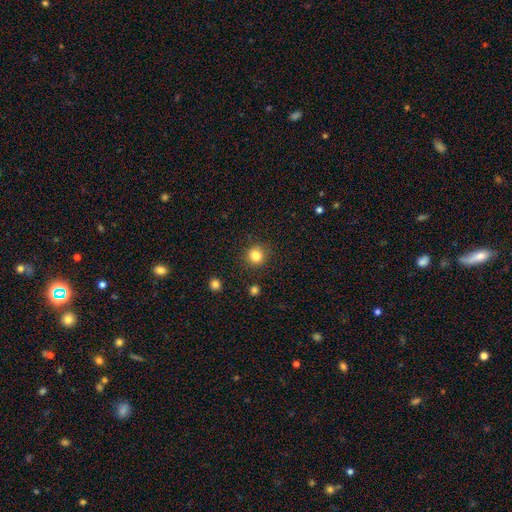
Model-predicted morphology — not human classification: Q: Smooth or featured?
A: smooth (83%); runner-up: star or artifact (12%)
Q: How rounded?
A: round (89%); runner-up: in between (10%)
Q: Merging?
A: none (88%); runner-up: minor disturbance (8%)